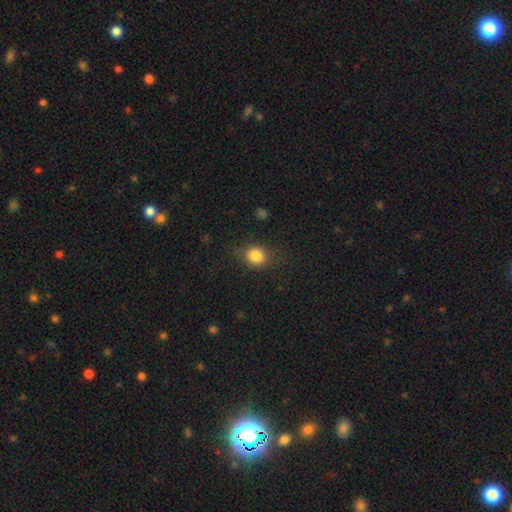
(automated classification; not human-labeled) Smooth or featured?
  - smooth: 83% *
  - star or artifact: 11%
  - featured or disk: 6%
How rounded?
  - round: 72% *
  - in between: 26%
  - cigar-shaped: 1%
Merging?
  - none: 76% *
  - minor disturbance: 16%
  - major disturbance: 6%
  - merger: 2%